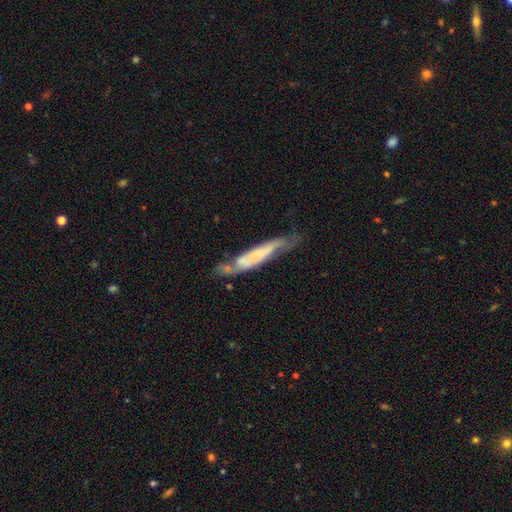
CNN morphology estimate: The model was most divided on "edge-on disk": yes: 55%, no: 45%. Remaining: smooth or featured — featured or disk (58%); merging — none (44%).